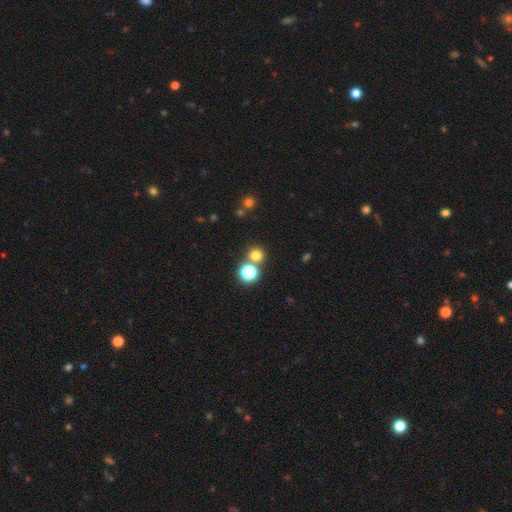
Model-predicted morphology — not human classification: A smooth galaxy with no disk features (72%) that is round (90%).

Vote fractions:
- Smooth or featured? smooth: 72% / star or artifact: 22% / featured or disk: 6%
- How rounded? round: 90% / in between: 9% / cigar-shaped: 1%
- Merging? none: 73% / merger: 18% / minor disturbance: 7% / major disturbance: 3%